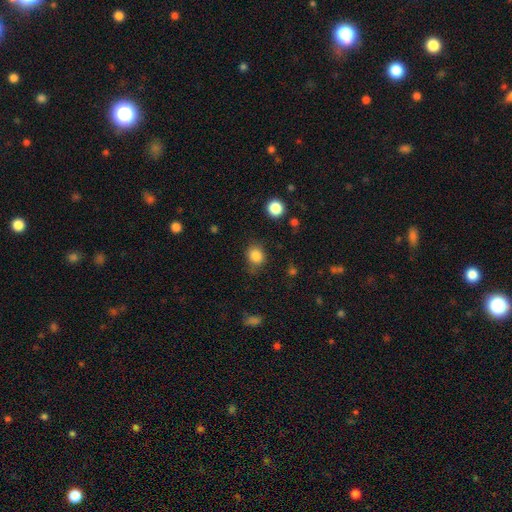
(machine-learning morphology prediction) This appears to be a smooth galaxy with no disk features (85%) that is round (66%). Merging: none (73%).